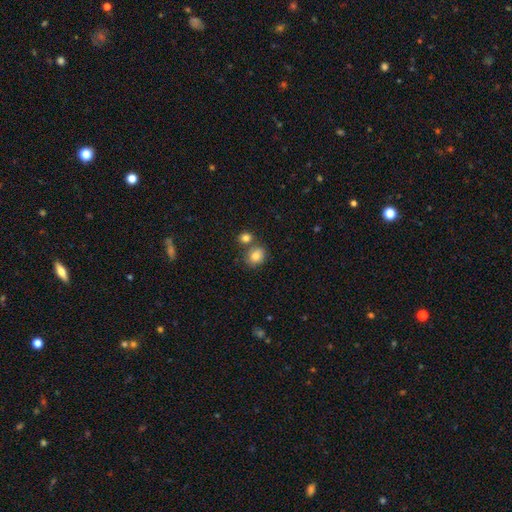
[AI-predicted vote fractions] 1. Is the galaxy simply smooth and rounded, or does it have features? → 82% smooth, 10% star or artifact, 9% featured or disk.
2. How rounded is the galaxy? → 67% round, 32% in between, 1% cigar-shaped.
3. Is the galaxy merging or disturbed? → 56% none, 27% merger, 13% minor disturbance, 4% major disturbance.